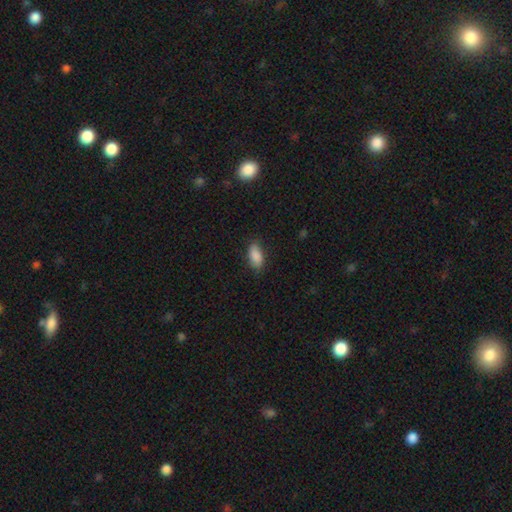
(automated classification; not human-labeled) Overall: smooth (88%). How rounded: in between (90%). Merging: none (79%).